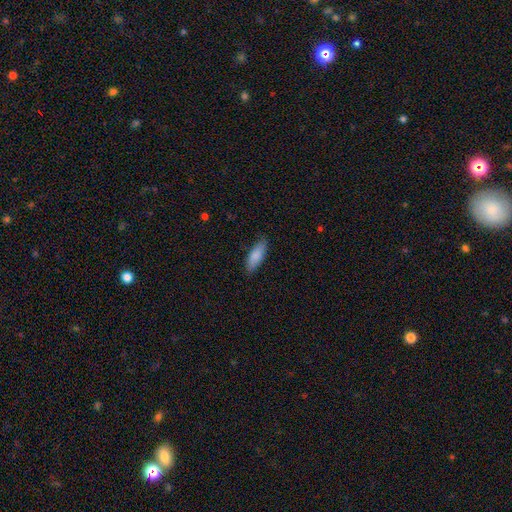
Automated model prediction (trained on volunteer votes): This is clearly a smooth galaxy (86%). How rounded: likely in between (65%). Merging: clearly none (84%).